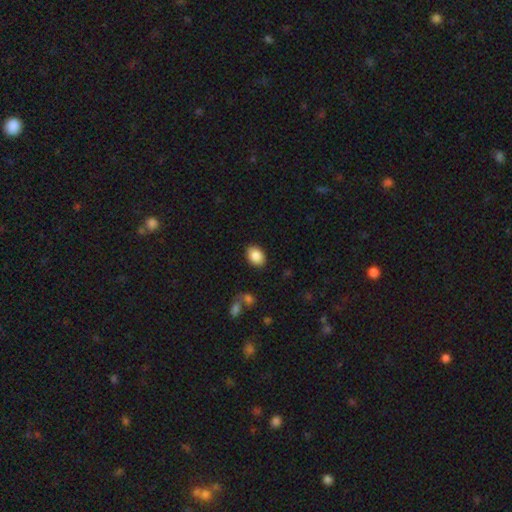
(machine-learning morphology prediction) type=smooth (87%); roundness=in between (78%); merging=none (87%).